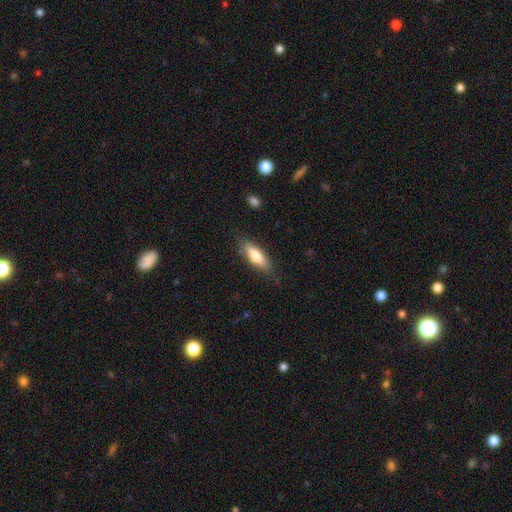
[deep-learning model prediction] Q: Smooth or featured?
A: smooth (74%); runner-up: featured or disk (20%)
Q: How rounded?
A: in between (52%); runner-up: cigar-shaped (46%)
Q: Merging?
A: none (79%); runner-up: minor disturbance (16%)